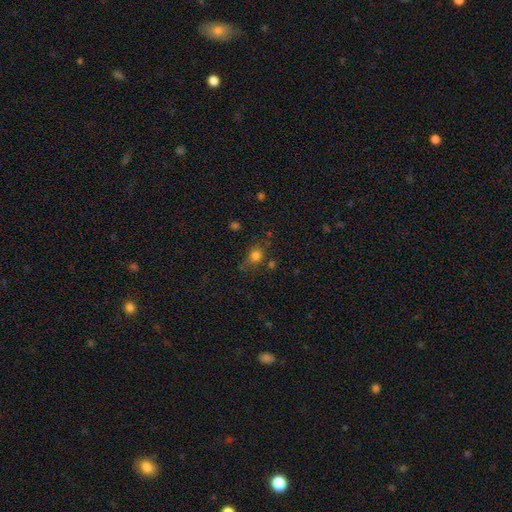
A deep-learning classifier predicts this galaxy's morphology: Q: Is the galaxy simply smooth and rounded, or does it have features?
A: smooth — 77%.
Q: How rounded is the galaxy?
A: round — 63%.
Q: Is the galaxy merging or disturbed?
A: none — 67%.